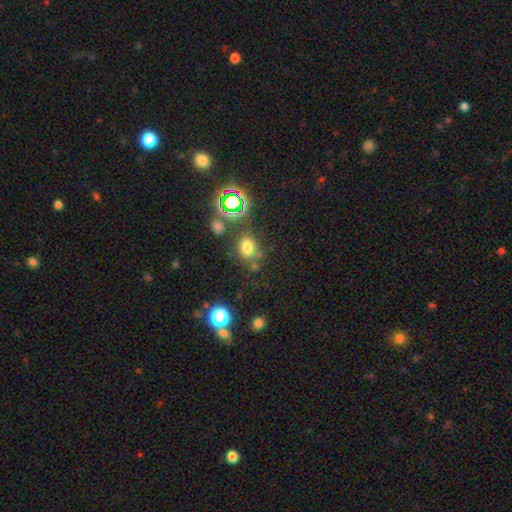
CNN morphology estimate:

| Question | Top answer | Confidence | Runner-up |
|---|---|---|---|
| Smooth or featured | star or artifact | 50% | smooth (41%) |